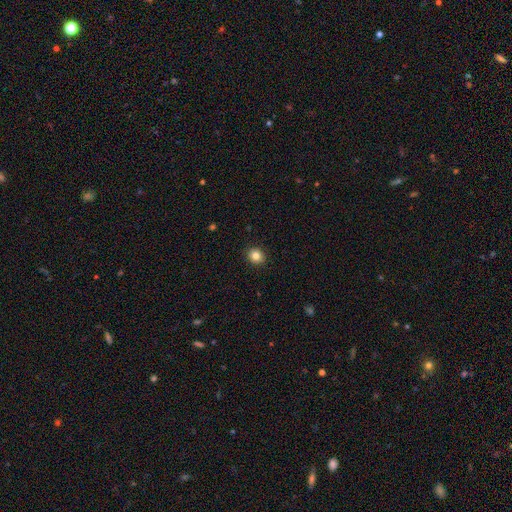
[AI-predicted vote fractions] smooth-or-featured: smooth: 83% | star or artifact: 11% | featured or disk: 6%
  how-rounded: round: 81% | in between: 18% | cigar-shaped: 1%
  merging: none: 92% | minor disturbance: 6% | major disturbance: 2% | merger: 1%